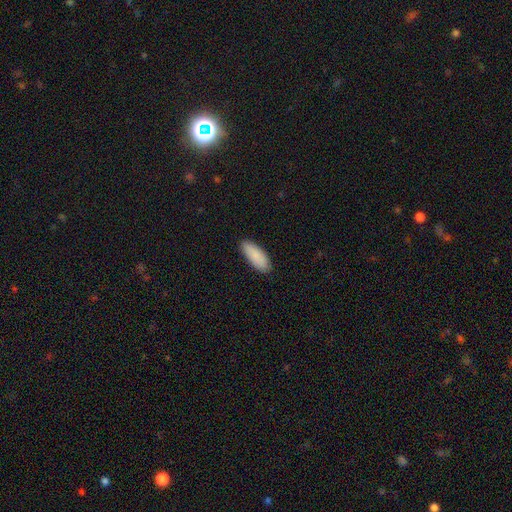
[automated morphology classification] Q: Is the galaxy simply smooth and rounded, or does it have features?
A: smooth — 89%.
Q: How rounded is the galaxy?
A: in between — 73%.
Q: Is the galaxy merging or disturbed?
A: none — 87%.